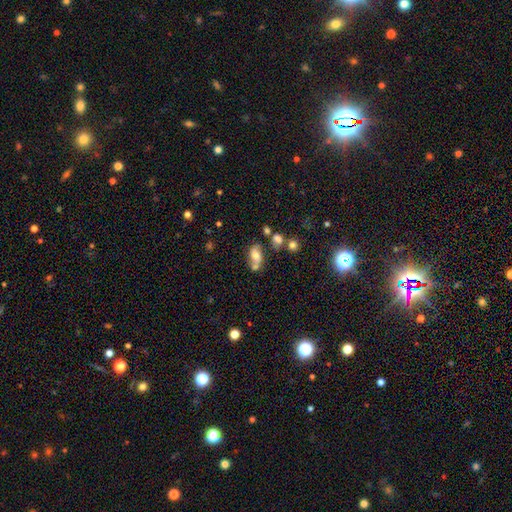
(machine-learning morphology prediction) This is possibly a smooth galaxy (49%). Merging: possibly none (47%).